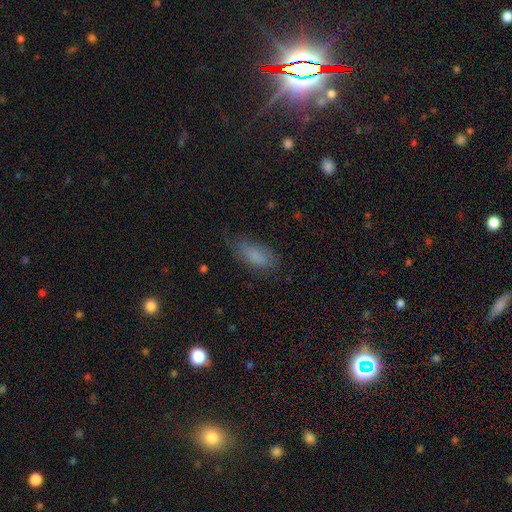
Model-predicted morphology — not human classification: A smooth galaxy with no disk features (79%) that is in between round and cigar-shaped (83%). Merging: none (66%).